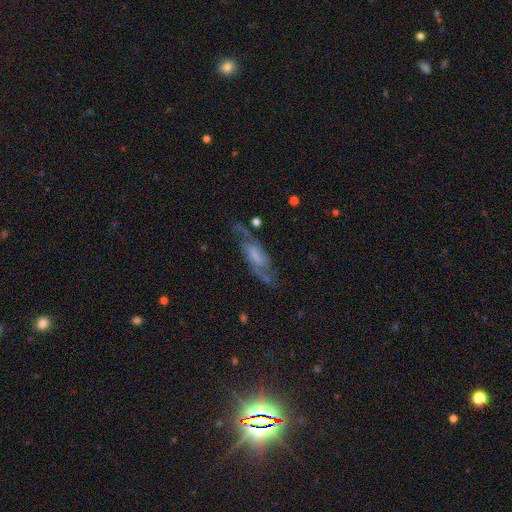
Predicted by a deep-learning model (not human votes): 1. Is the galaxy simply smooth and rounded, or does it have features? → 76% featured or disk, 16% smooth, 7% star or artifact.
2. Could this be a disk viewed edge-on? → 89% no, 11% yes.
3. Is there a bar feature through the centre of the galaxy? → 44% weak, 33% no, 23% strong.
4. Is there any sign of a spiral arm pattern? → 92% yes, 8% no.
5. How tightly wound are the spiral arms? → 48% medium, 33% loose, 19% tight.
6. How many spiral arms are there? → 80% 2, 10% can't tell, 5% 3, 3% 1, 2% 4, 2% more than 4.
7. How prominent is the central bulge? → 43% none, 26% small, 19% moderate, 10% large, 2% dominant.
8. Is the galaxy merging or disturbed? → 65% none, 20% minor disturbance, 13% major disturbance, 3% merger.